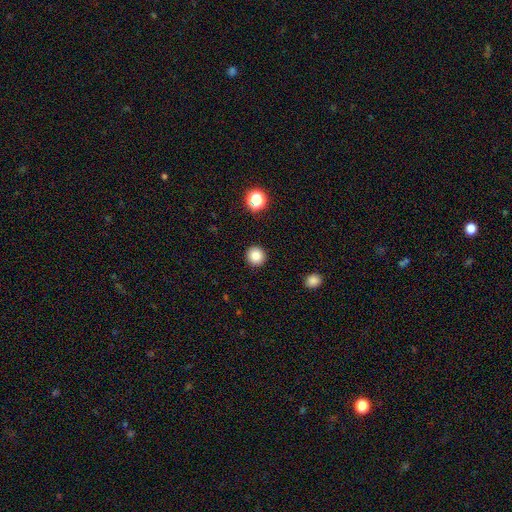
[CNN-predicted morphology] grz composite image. It shows a smooth galaxy with no disk features (84%) that is round (95%). Merging: none (92%).